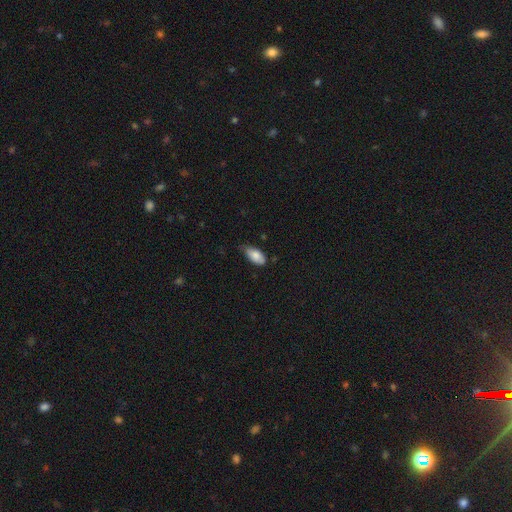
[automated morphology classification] smooth-or-featured: smooth: 83% | featured or disk: 10% | star or artifact: 7%
  how-rounded: in between: 91% | cigar-shaped: 7% | round: 3%
  merging: none: 55% | minor disturbance: 37% | major disturbance: 6% | merger: 2%